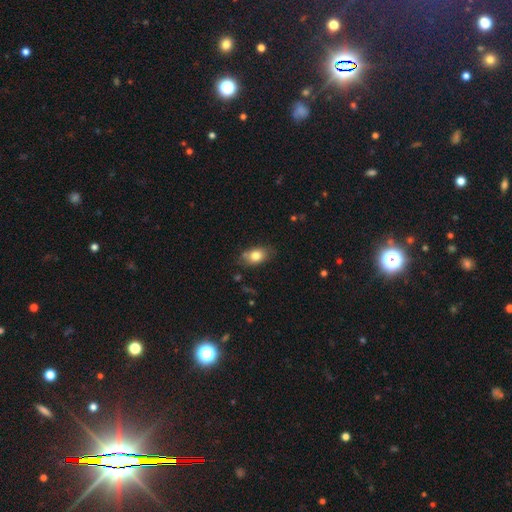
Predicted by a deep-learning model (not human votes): Smooth or featured: smooth — 79% (featured or disk — 13%)
How rounded: in between — 83% (round — 14%)
Merging: none — 73% (minor disturbance — 19%)